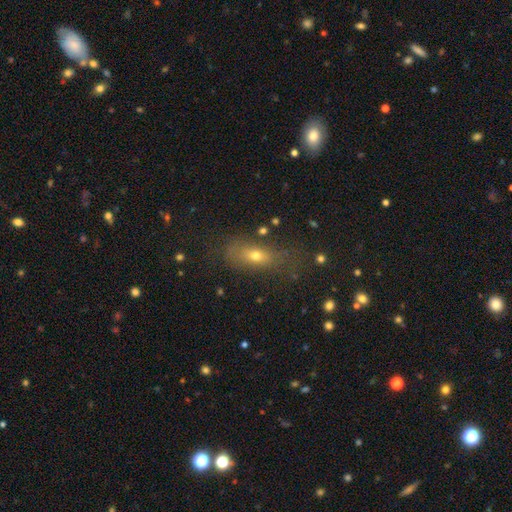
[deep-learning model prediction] smooth_or_featured: smooth (p=0.65) [alt: featured or disk p=0.21]
how_rounded: in between (p=0.69) [alt: cigar-shaped p=0.19]
merging: none (p=0.65) [alt: minor disturbance p=0.20]